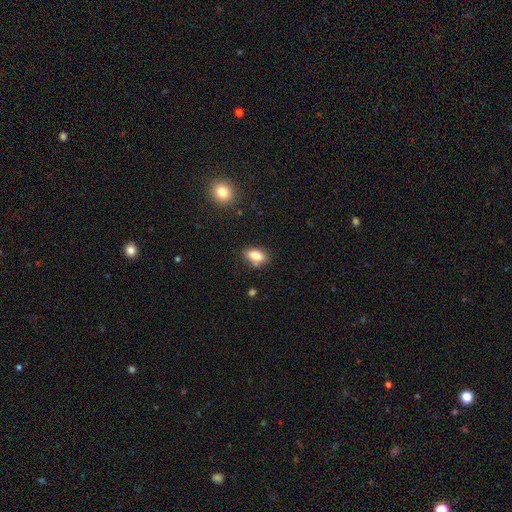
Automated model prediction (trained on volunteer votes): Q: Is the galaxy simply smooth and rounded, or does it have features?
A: smooth — 80%.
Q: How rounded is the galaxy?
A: in between — 85%.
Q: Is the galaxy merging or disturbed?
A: none — 74%.